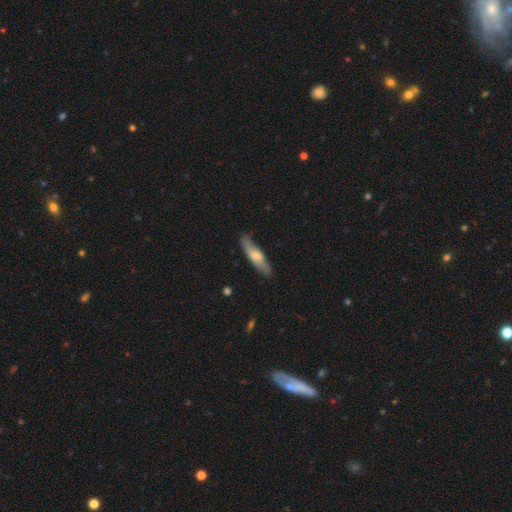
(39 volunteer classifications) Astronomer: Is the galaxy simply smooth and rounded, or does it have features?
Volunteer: smooth — 62%.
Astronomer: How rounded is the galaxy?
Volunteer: cigar-shaped — 75%.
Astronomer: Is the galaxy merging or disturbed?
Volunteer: none — 84%.